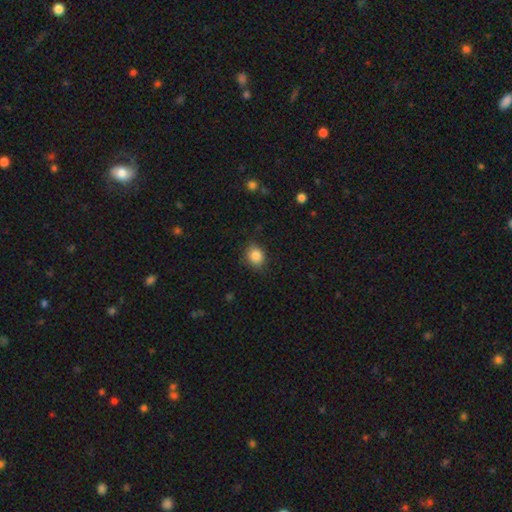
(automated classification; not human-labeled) A smooth galaxy with no disk features (86%) that is round (69%).

Vote fractions:
- Smooth or featured? smooth: 86% / star or artifact: 9% / featured or disk: 4%
- How rounded? round: 69% / in between: 30% / cigar-shaped: 1%
- Merging? none: 79% / minor disturbance: 16% / major disturbance: 3% / merger: 1%